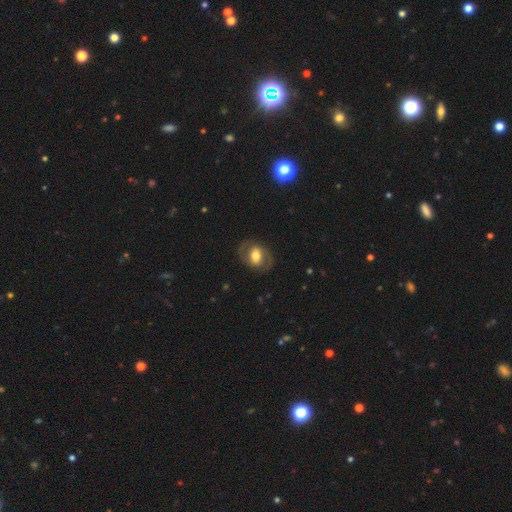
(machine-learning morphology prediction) The model was most divided on "smooth or featured": smooth: 48%, featured or disk: 45%, star or artifact: 7%. More confident: merging — none (78%).